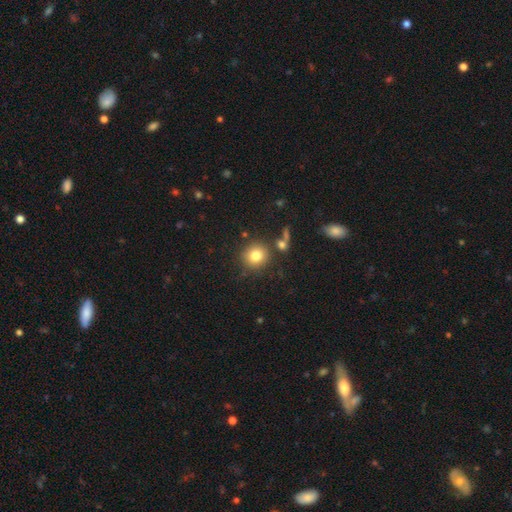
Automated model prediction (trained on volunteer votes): smooth_or_featured: smooth (p=0.80) [alt: star or artifact p=0.11]
how_rounded: round (p=0.91) [alt: in between p=0.08]
merging: none (p=0.81) [alt: minor disturbance p=0.09]